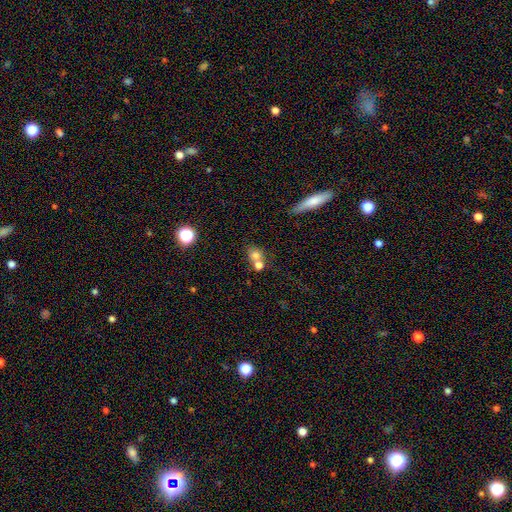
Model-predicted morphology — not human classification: Smooth or featured: smooth — 73% (featured or disk — 14%)
How rounded: round — 67% (in between — 31%)
Merging: merger — 53% (none — 35%)